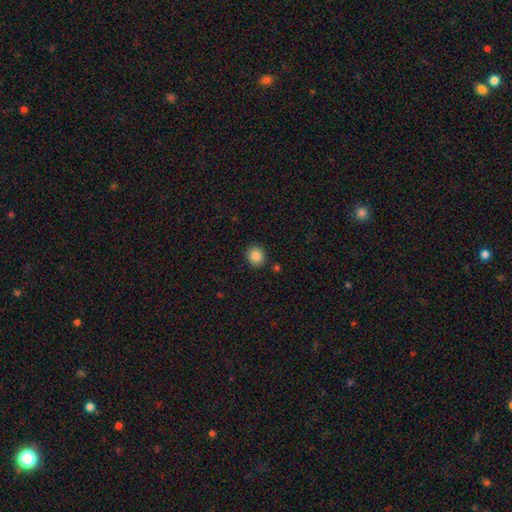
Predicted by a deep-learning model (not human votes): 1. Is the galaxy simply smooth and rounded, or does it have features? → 86% smooth, 9% star or artifact, 4% featured or disk.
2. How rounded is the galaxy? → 77% round, 23% in between, 1% cigar-shaped.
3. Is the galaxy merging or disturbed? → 88% none, 7% minor disturbance, 2% major disturbance, 2% merger.